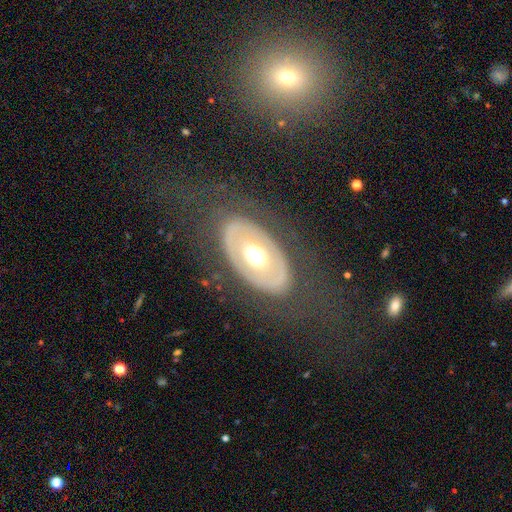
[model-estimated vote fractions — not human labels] Smooth or featured: featured or disk — 60% (smooth — 33%)
Edge-on disk: no — 89% (yes — 11%)
Bar: no — 87% (weak — 8%)
Spiral arms: no — 86% (yes — 14%)
Bulge size: moderate — 53% (large — 35%)
Merging: none — 73% (minor disturbance — 13%)